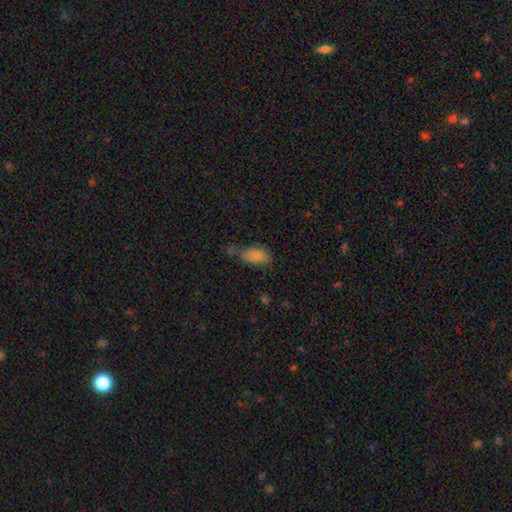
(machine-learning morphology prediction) Overall: smooth (84%). How rounded: in between (92%). Merging: none (52%; minor disturbance 25%).